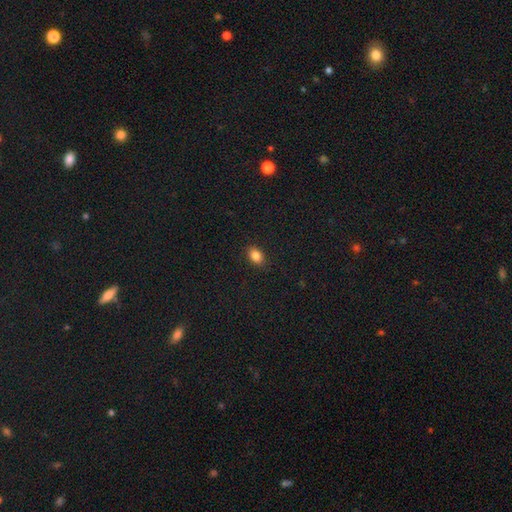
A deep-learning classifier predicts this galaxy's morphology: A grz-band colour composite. It shows a smooth galaxy with no disk features (85%) that is in between round and cigar-shaped (79%). Merging: none (89%).